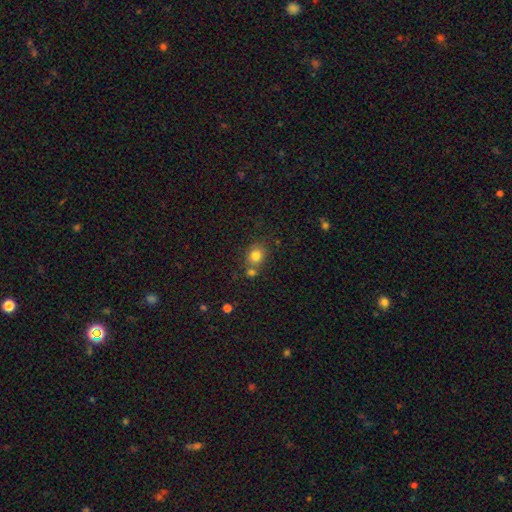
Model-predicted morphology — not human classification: This appears to be a smooth galaxy with no disk features (80%) that is round (69%). Merging: none (60%).